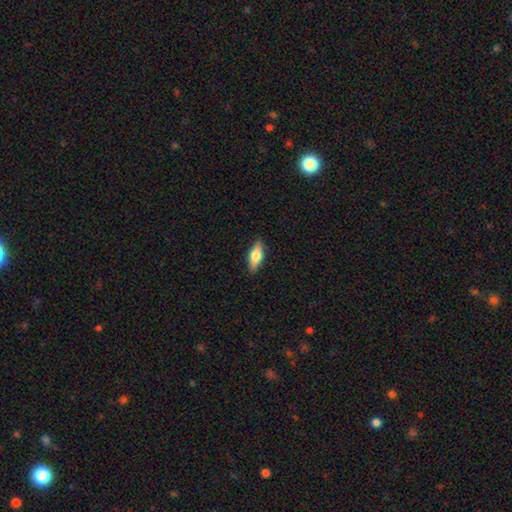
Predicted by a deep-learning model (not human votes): Smooth or featured: smooth — 62% (featured or disk — 31%)
How rounded: in between — 69% (cigar-shaped — 28%)
Merging: none — 87% (minor disturbance — 10%)